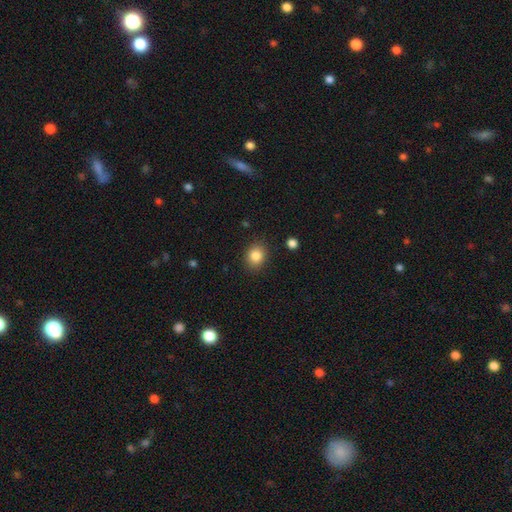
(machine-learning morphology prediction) type=smooth (85%); roundness=round (64%); merging=none (87%).